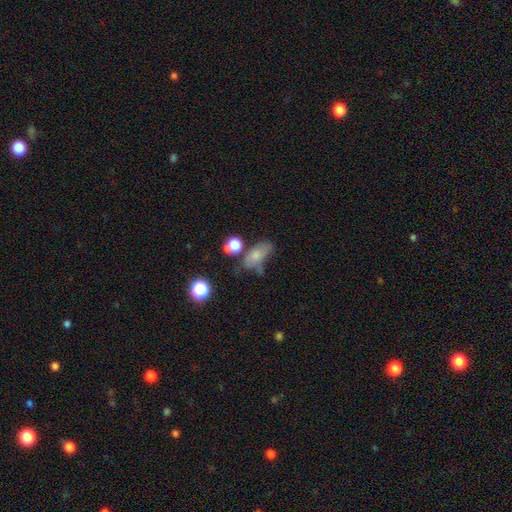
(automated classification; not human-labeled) A smooth galaxy with no disk features (66%) that is in between round and cigar-shaped (81%).

Vote fractions:
- Smooth or featured? smooth: 66% / featured or disk: 21% / star or artifact: 14%
- How rounded? in between: 81% / round: 13% / cigar-shaped: 6%
- Merging? none: 31% / minor disturbance: 26% / major disturbance: 23% / merger: 20%